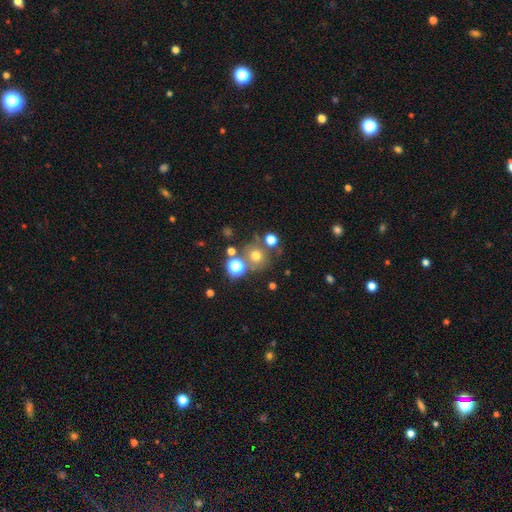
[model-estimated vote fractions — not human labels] Morphology: type=smooth (66%); roundness=round (89%); merging=none (67%).